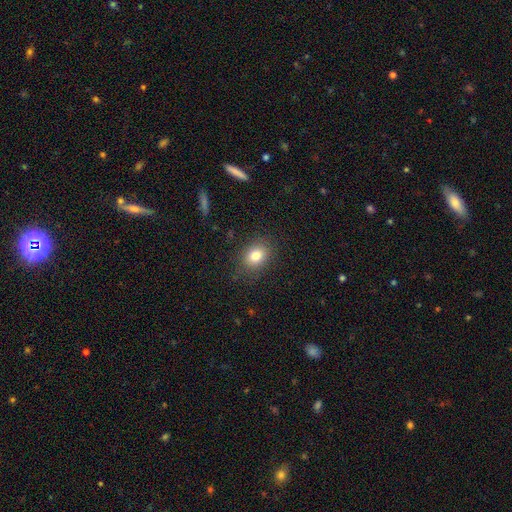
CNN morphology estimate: The model was most divided on "how rounded": in between: 63%, round: 36%, cigar-shaped: 1%. More confident: merging — none (84%); smooth or featured — smooth (81%).